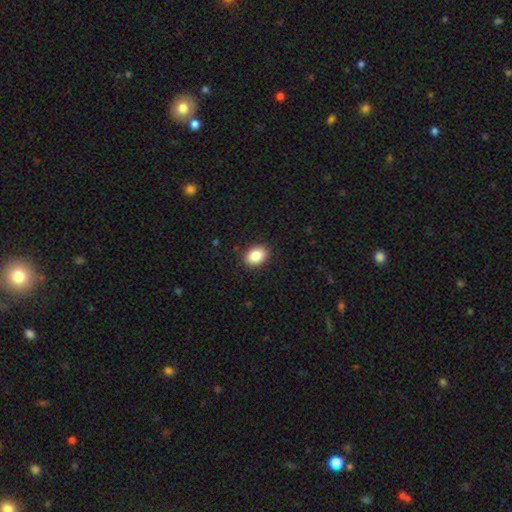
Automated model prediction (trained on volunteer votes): This appears to be a smooth galaxy with no disk features (87%) that is in between round and cigar-shaped (78%). Merging: none (90%).